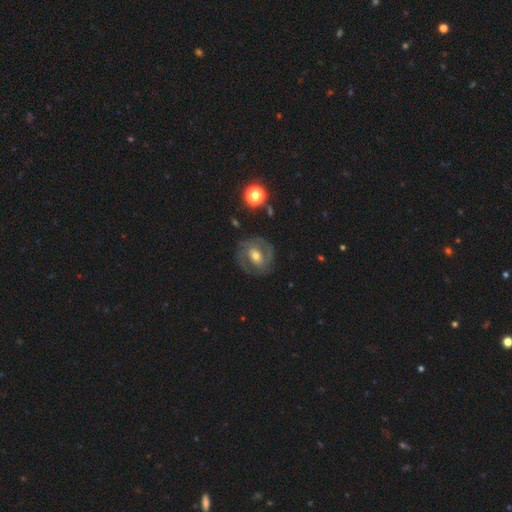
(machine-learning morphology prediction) type=featured or disk (80%); edge-on=no (97%); bar=weak (41%); spiral arms=yes (87%); winding=tight (47%); arm count=2 (80%); bulge=moderate (61%); merging=none (79%).